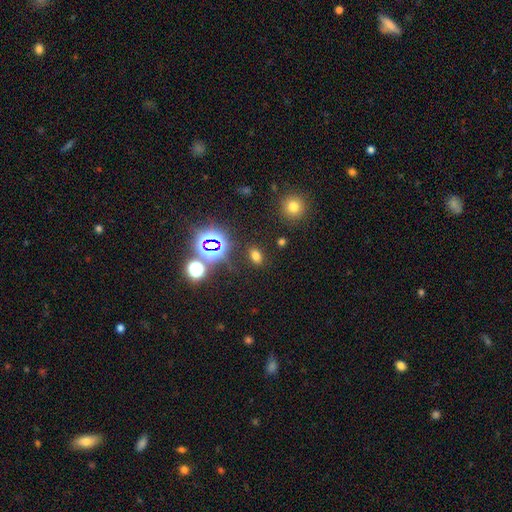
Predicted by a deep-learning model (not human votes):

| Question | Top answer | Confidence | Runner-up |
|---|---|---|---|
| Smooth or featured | smooth | 64% | star or artifact (28%) |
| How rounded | in between | 77% | round (20%) |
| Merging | none | 85% | minor disturbance (9%) |